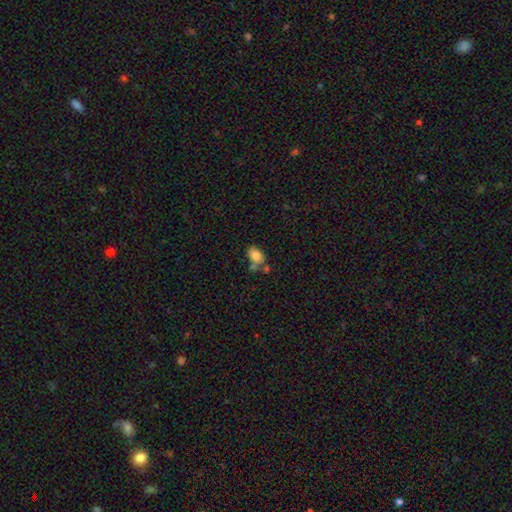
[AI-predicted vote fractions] smooth-or-featured: smooth: 81% | featured or disk: 10% | star or artifact: 9%
  how-rounded: in between: 82% | round: 17% | cigar-shaped: 1%
  merging: none: 54% | merger: 23% | minor disturbance: 18% | major disturbance: 6%